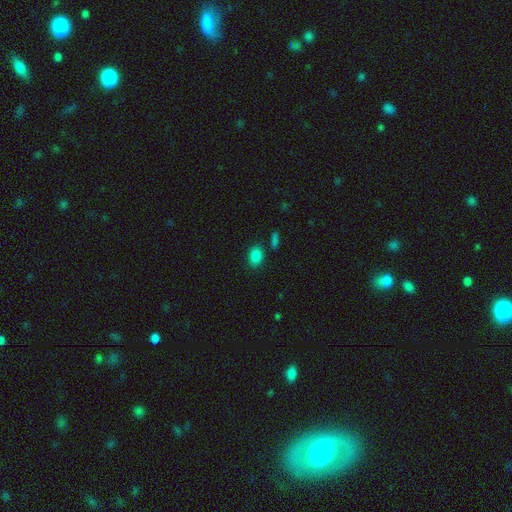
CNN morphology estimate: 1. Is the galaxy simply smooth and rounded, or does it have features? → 85% smooth, 10% star or artifact, 4% featured or disk.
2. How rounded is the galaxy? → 74% in between, 24% round, 1% cigar-shaped.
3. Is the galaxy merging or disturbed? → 82% none, 10% minor disturbance, 5% merger, 3% major disturbance.